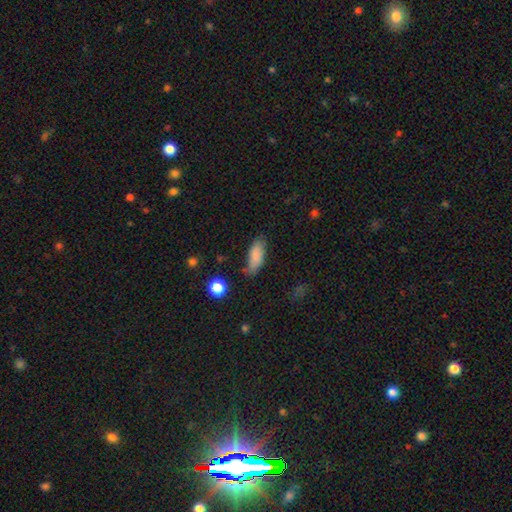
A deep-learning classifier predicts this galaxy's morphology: Smooth or featured? smooth (84%)
How rounded? in between (81%)
Merging? none (63%)